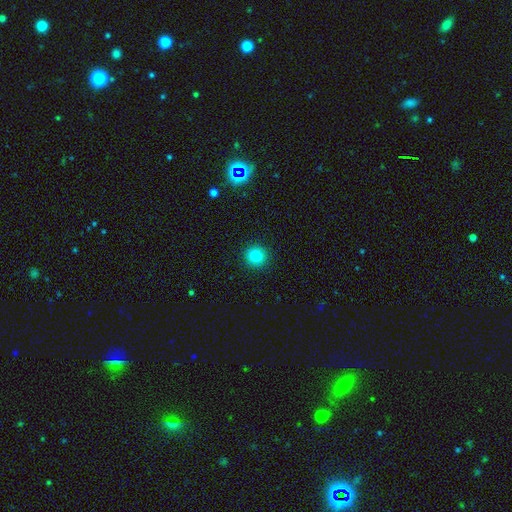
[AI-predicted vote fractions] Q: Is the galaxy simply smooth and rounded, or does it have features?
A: smooth — 83%.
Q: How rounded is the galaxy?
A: round — 93%.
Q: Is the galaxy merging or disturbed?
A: none — 92%.